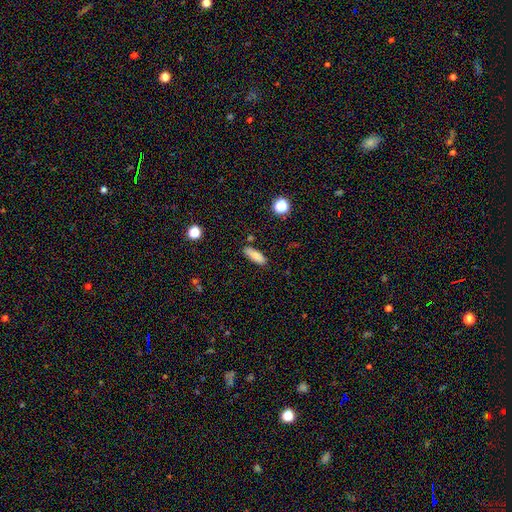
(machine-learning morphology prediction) Smooth or featured? smooth (83%)
How rounded? in between (58%)
Merging? none (82%)